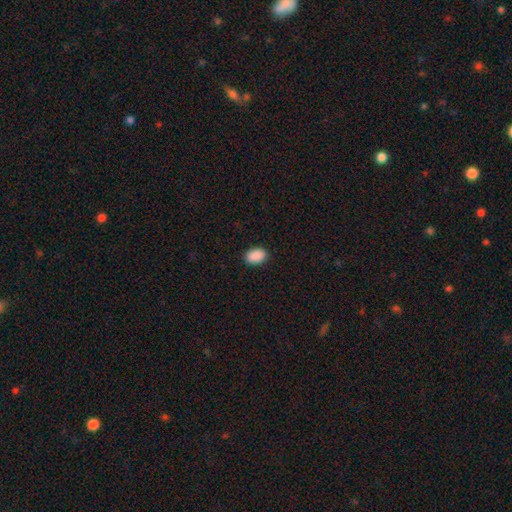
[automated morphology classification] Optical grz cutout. It shows a smooth galaxy with no disk features (91%) that is in between round and cigar-shaped (86%). Merging: none (90%).